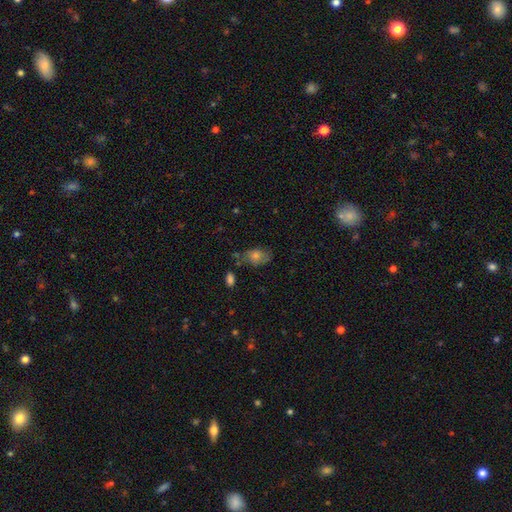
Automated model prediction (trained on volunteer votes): smooth 67%, featured or disk 21%, star or artifact 12%. Down the decision tree: how rounded — in between (83%); merging — none (61%).